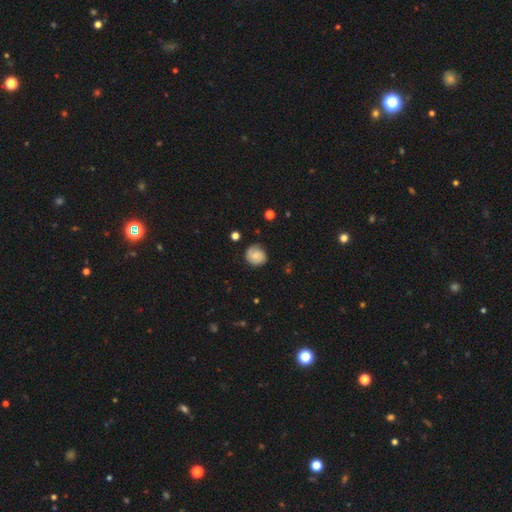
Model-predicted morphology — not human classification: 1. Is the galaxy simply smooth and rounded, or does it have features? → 57% smooth, 35% featured or disk, 9% star or artifact.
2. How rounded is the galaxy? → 77% round, 22% in between, 1% cigar-shaped.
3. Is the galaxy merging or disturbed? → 76% none, 18% minor disturbance, 4% major disturbance, 1% merger.